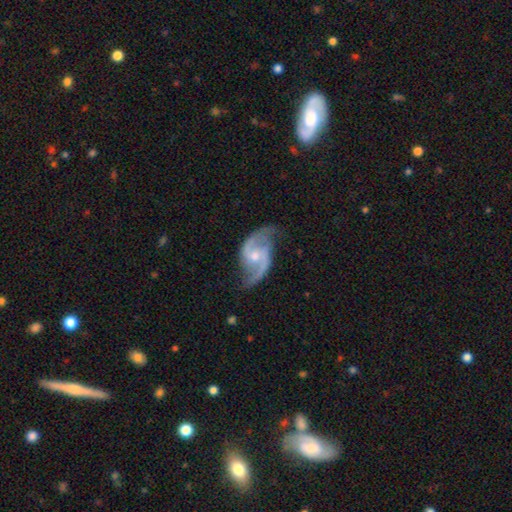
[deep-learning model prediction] The model was most divided on "bar" (2-way tie): no: 45%, weak: 45%, strong: 11%; "spiral winding" (2-way tie): medium: 45%, loose: 45%, tight: 10%. More confident: spiral arms — yes (97%); edge-on disk — no (97%); spiral arm count — 2 (93%); smooth or featured — featured or disk (90%); merging — none (71%); bulge size — moderate (51%).